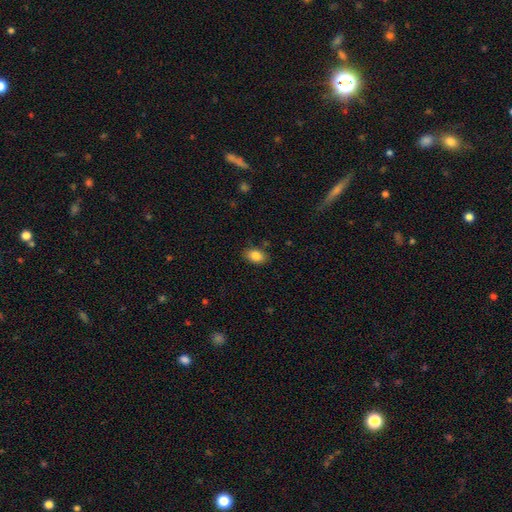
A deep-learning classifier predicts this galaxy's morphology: smooth 85%, star or artifact 8%, featured or disk 6%. Down the decision tree: how rounded — in between (85%); merging — none (83%).